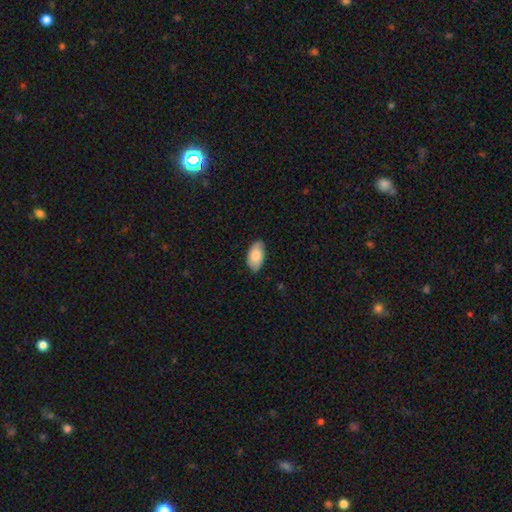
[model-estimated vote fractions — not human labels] A smooth galaxy with no disk features (82%) that is in between round and cigar-shaped (95%). Merging: none (82%).